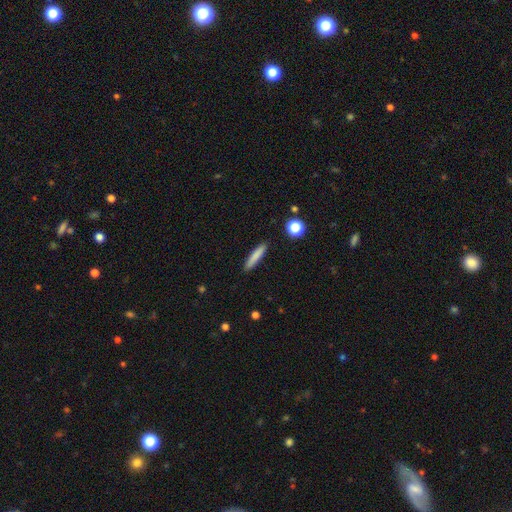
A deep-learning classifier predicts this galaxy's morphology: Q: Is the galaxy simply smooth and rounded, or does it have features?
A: smooth — 81%.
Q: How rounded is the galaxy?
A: cigar-shaped — 89%.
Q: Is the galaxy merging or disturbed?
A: none — 90%.